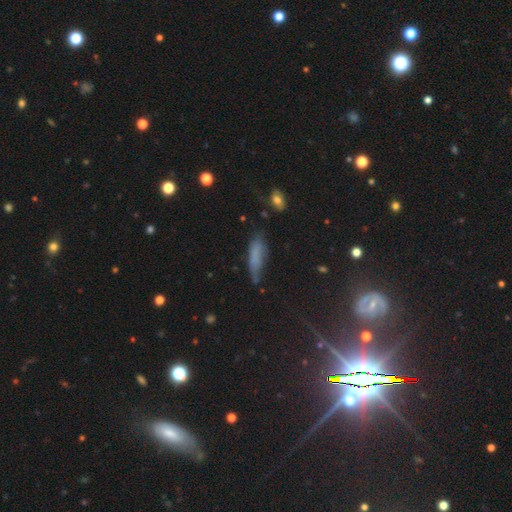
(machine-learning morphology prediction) This is likely a smooth galaxy (66%). How rounded: likely cigar-shaped (61%). Merging: possibly none (51%).